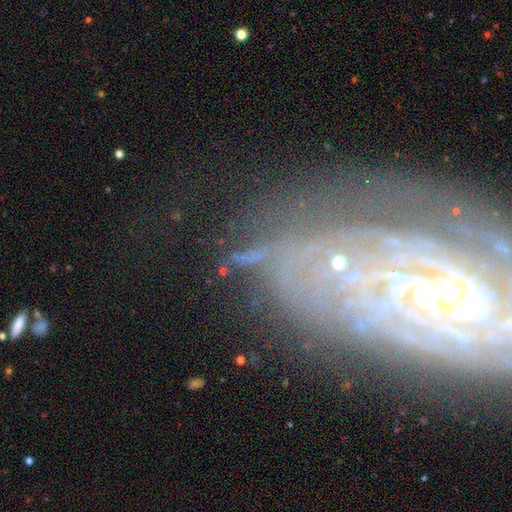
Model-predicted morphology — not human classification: smooth_or_featured: featured or disk (p=0.50) [alt: star or artifact p=0.31]
merging: none (p=0.59) [alt: minor disturbance p=0.18]